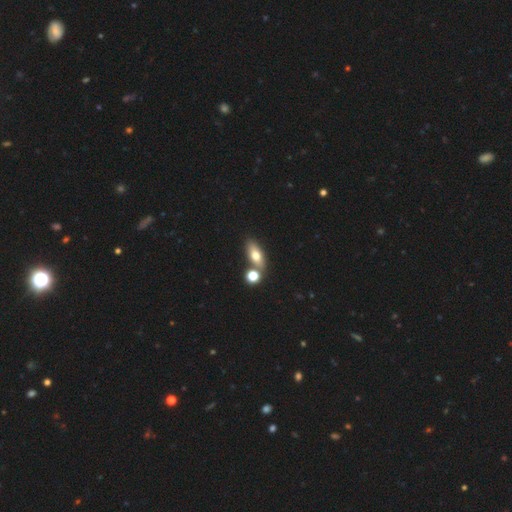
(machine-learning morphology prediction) Smooth or featured: smooth — 70% (featured or disk — 21%)
How rounded: in between — 73% (cigar-shaped — 17%)
Merging: none — 63% (merger — 23%)